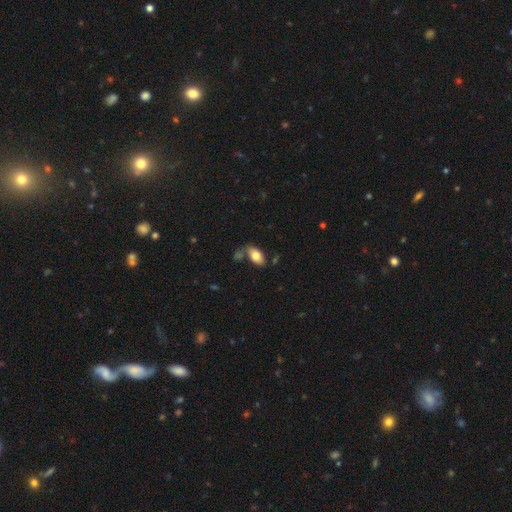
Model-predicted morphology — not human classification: Overall: smooth (76%). How rounded: in between (93%). Merging: none (54%; merger 21%).